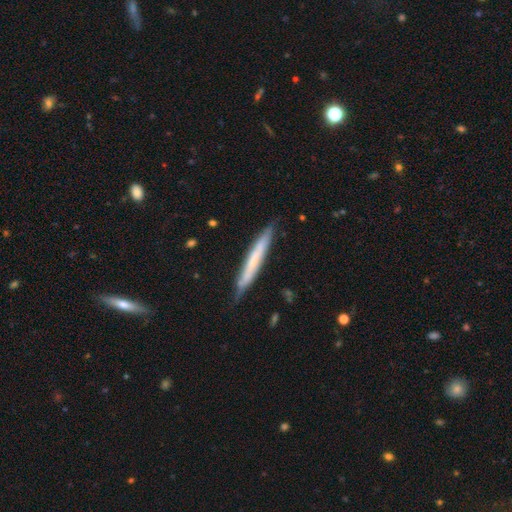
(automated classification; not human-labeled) This appears to be a smooth galaxy with no disk features (55%) that is cigar-shaped (96%). Merging: none (86%).